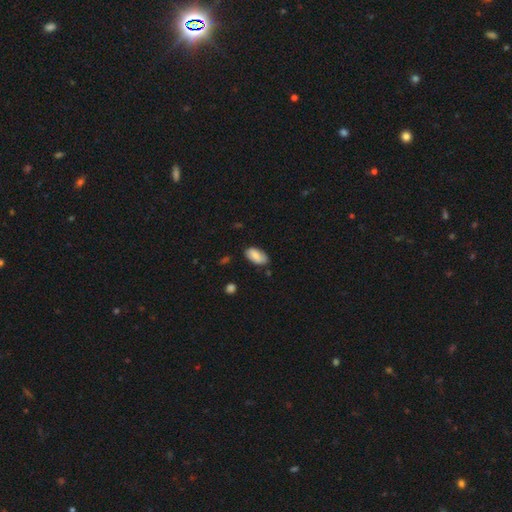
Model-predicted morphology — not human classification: Smooth or featured?
  - smooth: 81% *
  - featured or disk: 12%
  - star or artifact: 6%
How rounded?
  - in between: 94% *
  - cigar-shaped: 3%
  - round: 3%
Merging?
  - none: 77% *
  - minor disturbance: 18%
  - major disturbance: 3%
  - merger: 2%